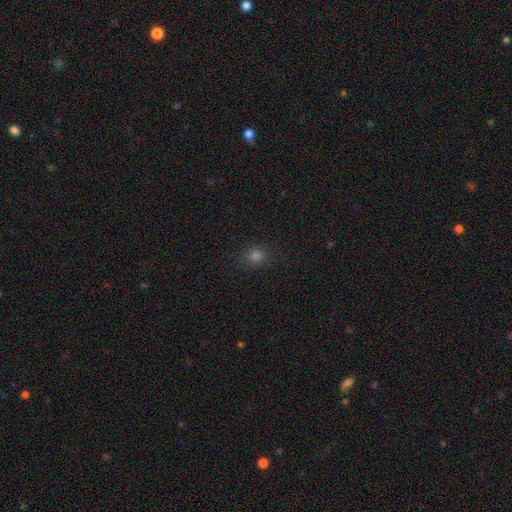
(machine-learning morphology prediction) Q: Smooth or featured?
A: smooth (74%); runner-up: star or artifact (21%)
Q: How rounded?
A: round (83%); runner-up: in between (16%)
Q: Merging?
A: none (89%); runner-up: minor disturbance (8%)